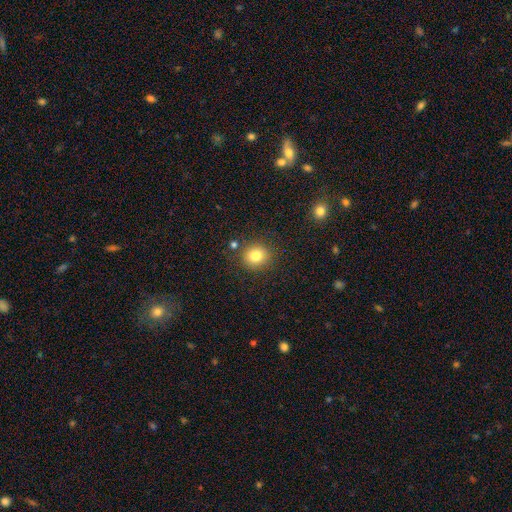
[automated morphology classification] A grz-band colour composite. It shows a smooth galaxy with no disk features (81%) that is round (86%). Merging: none (84%).